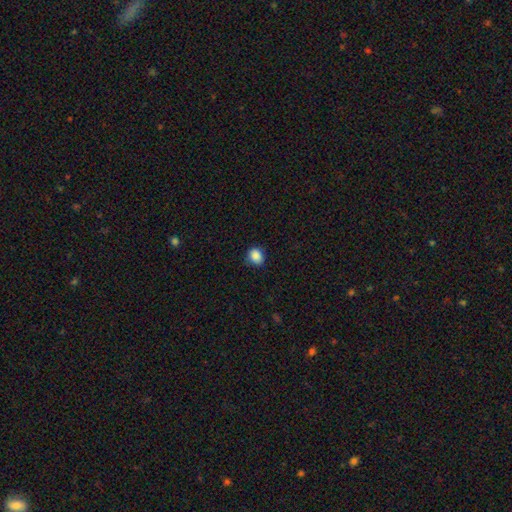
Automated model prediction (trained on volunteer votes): The model was most divided on "how rounded": round: 65%, in between: 35%, cigar-shaped: 1%. More confident: smooth or featured — smooth (88%); merging — none (83%).